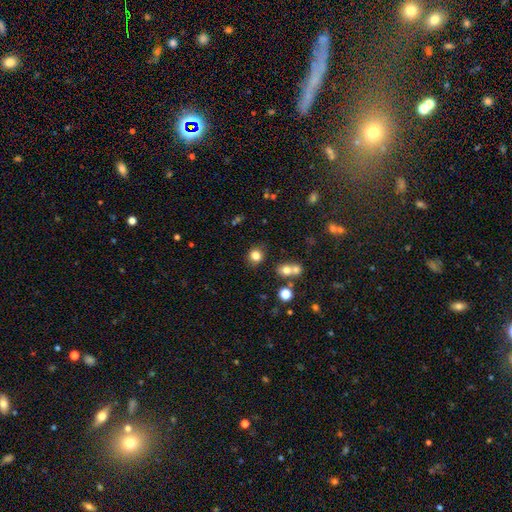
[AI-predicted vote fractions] smooth-or-featured: smooth: 81% | star or artifact: 13% | featured or disk: 6%
  how-rounded: round: 81% | in between: 18% | cigar-shaped: 1%
  merging: none: 79% | minor disturbance: 10% | merger: 7% | major disturbance: 4%